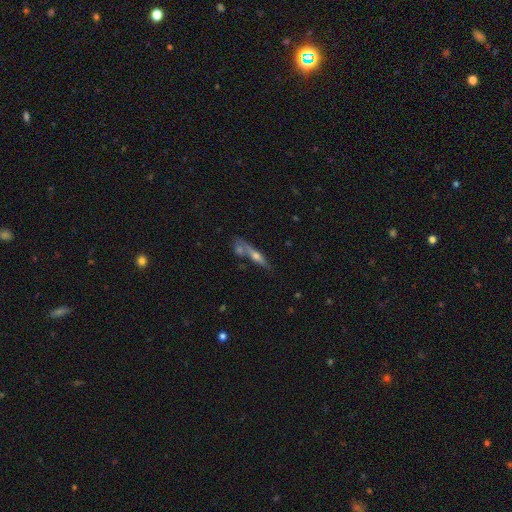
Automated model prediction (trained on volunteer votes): This appears to be a featured or disk galaxy (57%) viewed edge-on (89%) with a rounded central bulge (87%). Merging: none (57%).